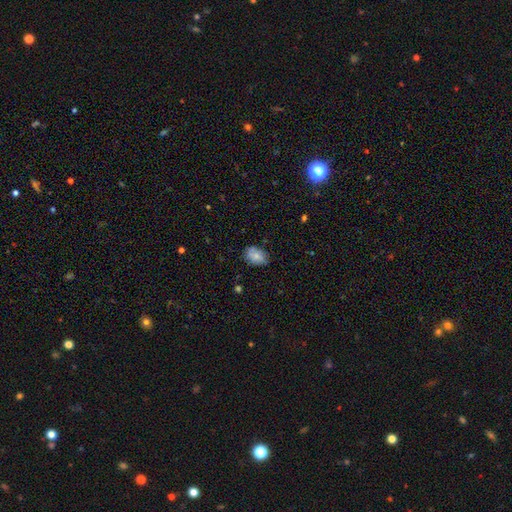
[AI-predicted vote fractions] This is likely a smooth galaxy (75%). How rounded: clearly in between (81%). Merging: likely none (72%).